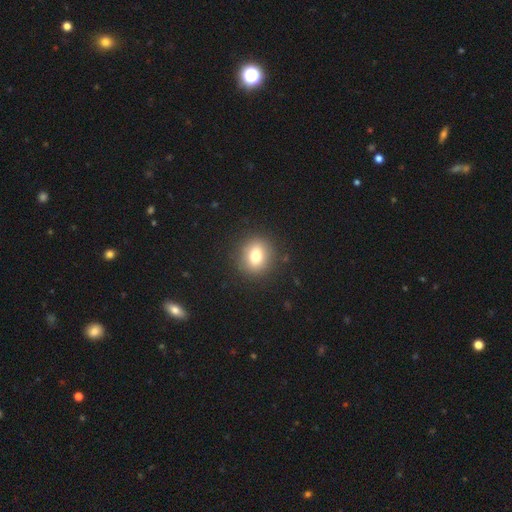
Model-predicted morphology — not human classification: This is likely a smooth galaxy (76%). How rounded: likely round (75%). Merging: clearly none (89%).